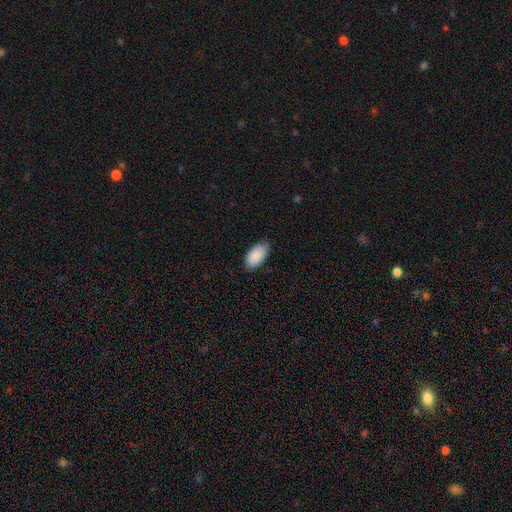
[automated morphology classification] Overall: smooth (89%). How rounded: in between (95%). Merging: none (77%).